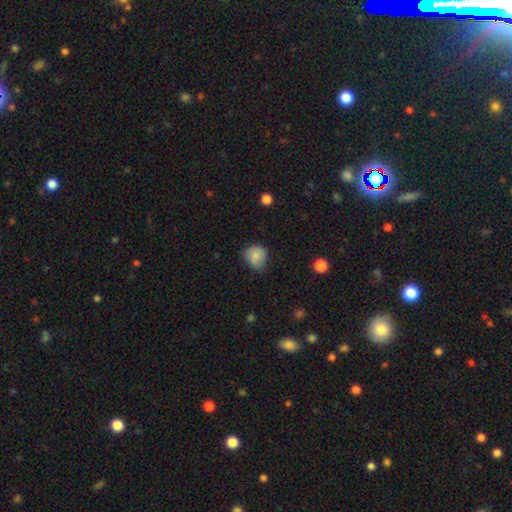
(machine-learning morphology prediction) A smooth galaxy with no disk features (82%) that is round (76%).

Vote fractions:
- Smooth or featured? smooth: 82% / featured or disk: 10% / star or artifact: 9%
- How rounded? round: 76% / in between: 23% / cigar-shaped: 1%
- Merging? none: 57% / minor disturbance: 35% / major disturbance: 7% / merger: 2%